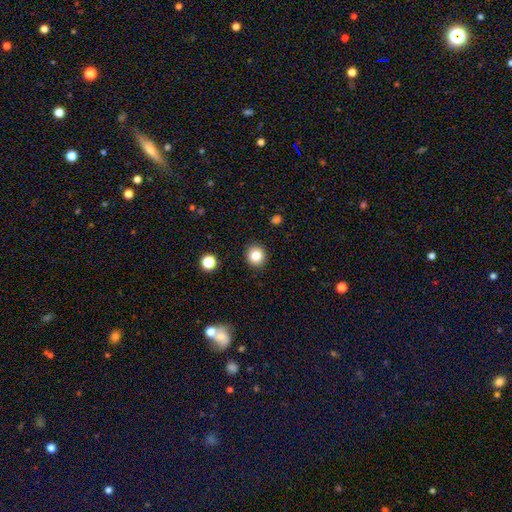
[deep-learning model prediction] smooth-or-featured: smooth: 83% | star or artifact: 11% | featured or disk: 6%
  how-rounded: round: 89% | in between: 10% | cigar-shaped: 1%
  merging: none: 92% | minor disturbance: 5% | major disturbance: 2% | merger: 1%